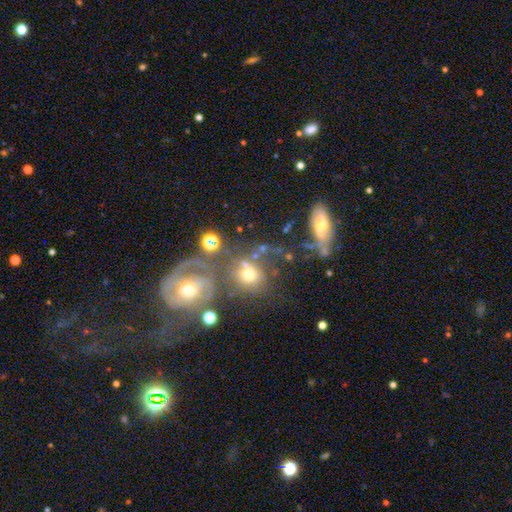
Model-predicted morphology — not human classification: Smooth or featured? Predicted: featured or disk (p=0.61). Edge-on disk? Predicted: no (p=0.91). Bar? Predicted: no (p=0.69). Spiral arms? Predicted: yes (p=0.71). Bulge size? Predicted: moderate (p=0.57). Merging? Predicted: merger (p=0.46).